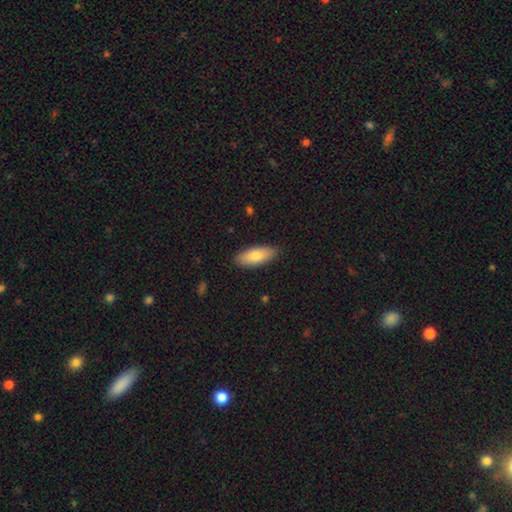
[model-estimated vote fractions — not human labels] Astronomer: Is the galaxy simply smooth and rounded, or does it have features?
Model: smooth — 80%.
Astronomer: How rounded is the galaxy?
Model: in between — 77%.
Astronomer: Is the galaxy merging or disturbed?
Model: none — 88%.